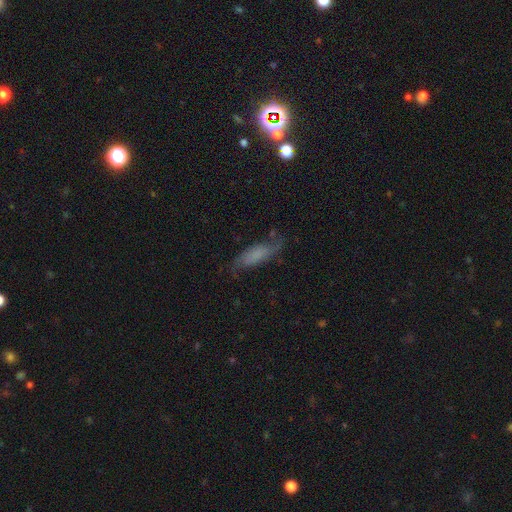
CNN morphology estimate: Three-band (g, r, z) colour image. It shows a featured or disk galaxy (45%). Merging: none (65%).